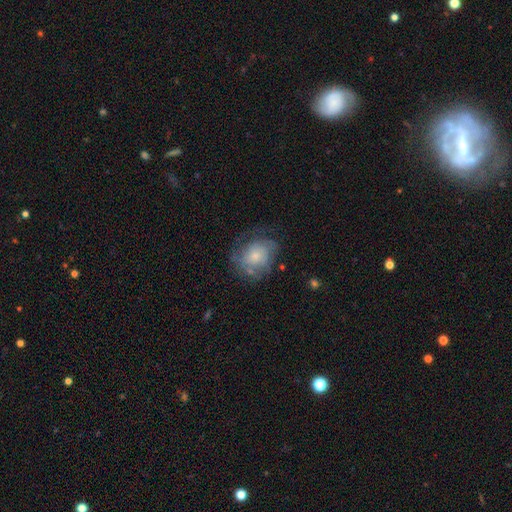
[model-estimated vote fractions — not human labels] The model was most divided on "smooth or featured" (2-way tie): featured or disk: 46%, smooth: 46%, star or artifact: 8%. More confident: merging — none (54%).